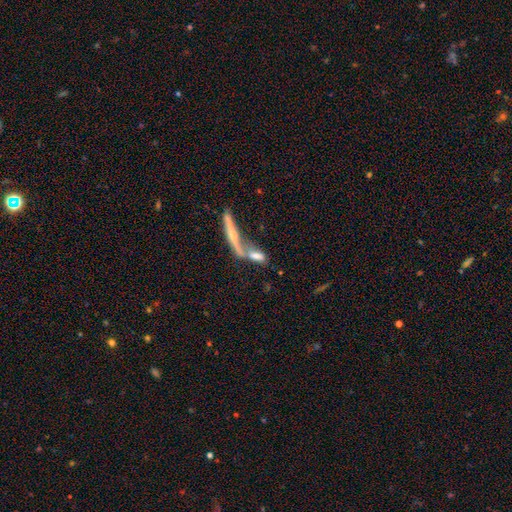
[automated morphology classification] Overall: smooth (53%; featured or disk 37%). How rounded: cigar-shaped (53%; in between 42%). Merging: merger (55%; none 28%).